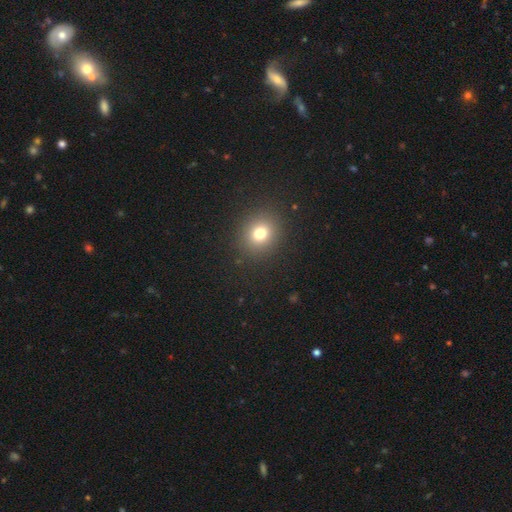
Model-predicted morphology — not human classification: smooth 66%, star or artifact 28%, featured or disk 6%. Down the decision tree: how rounded — round (85%); merging — none (92%).